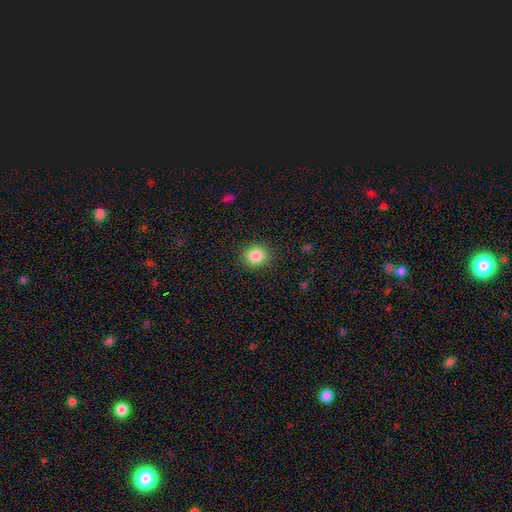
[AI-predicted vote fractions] Smooth or featured?
  - smooth: 85% *
  - star or artifact: 10%
  - featured or disk: 5%
How rounded?
  - round: 83% *
  - in between: 16%
  - cigar-shaped: 1%
Merging?
  - none: 89% *
  - minor disturbance: 8%
  - major disturbance: 3%
  - merger: 1%